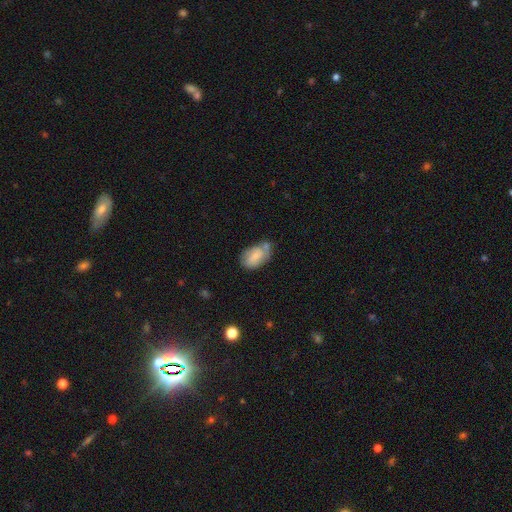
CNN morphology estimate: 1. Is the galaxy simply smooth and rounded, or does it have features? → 65% smooth, 27% featured or disk, 7% star or artifact.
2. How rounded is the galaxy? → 90% in between, 8% round, 2% cigar-shaped.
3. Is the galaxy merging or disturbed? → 48% none, 29% minor disturbance, 15% merger, 9% major disturbance.